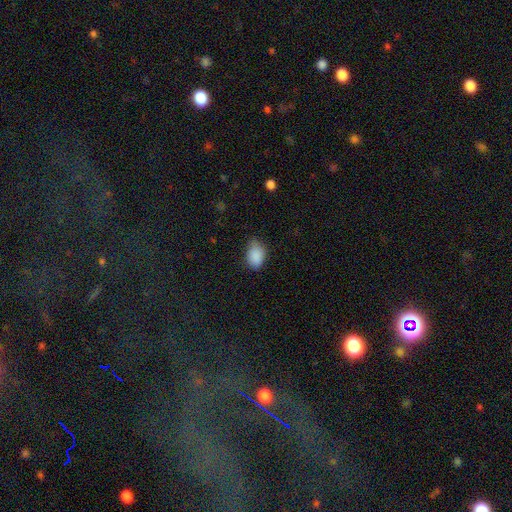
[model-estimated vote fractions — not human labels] A smooth galaxy with no disk features (88%) that is in between round and cigar-shaped (83%).

Vote fractions:
- Smooth or featured? smooth: 88% / star or artifact: 8% / featured or disk: 4%
- How rounded? in between: 83% / round: 16% / cigar-shaped: 1%
- Merging? none: 61% / minor disturbance: 32% / major disturbance: 6% / merger: 1%